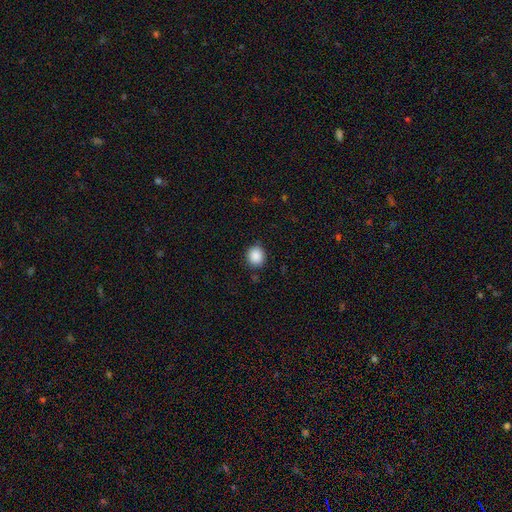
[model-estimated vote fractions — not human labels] Overall: smooth (88%). How rounded: round (79%). Merging: none (86%).